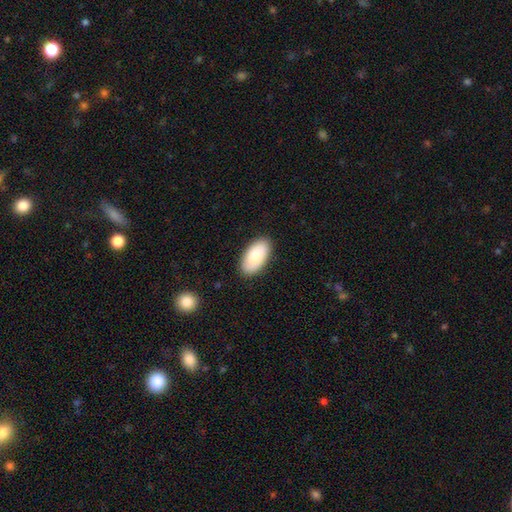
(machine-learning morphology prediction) Overall: smooth (83%). How rounded: in between (95%). Merging: none (88%).